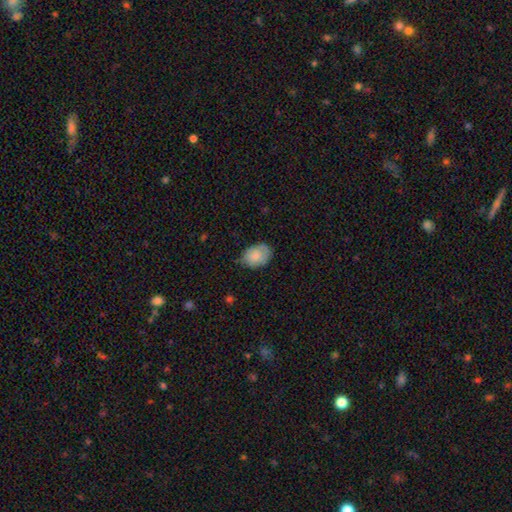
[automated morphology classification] A smooth galaxy with no disk features (81%) that is in between round and cigar-shaped (74%).

Vote fractions:
- Smooth or featured? smooth: 81% / featured or disk: 12% / star or artifact: 7%
- How rounded? in between: 74% / round: 25% / cigar-shaped: 1%
- Merging? none: 68% / minor disturbance: 27% / major disturbance: 4% / merger: 1%